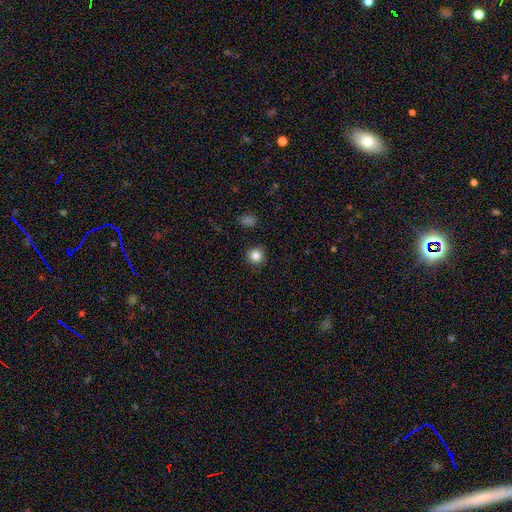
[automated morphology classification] smooth_or_featured: smooth (p=0.84) [alt: star or artifact p=0.11]
how_rounded: round (p=0.94) [alt: in between p=0.05]
merging: none (p=0.91) [alt: minor disturbance p=0.06]